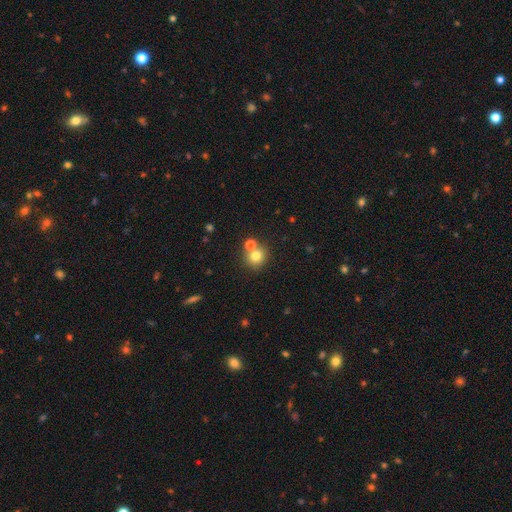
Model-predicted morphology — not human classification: smooth-or-featured: smooth: 76% | star or artifact: 14% | featured or disk: 10%
  how-rounded: round: 87% | in between: 13% | cigar-shaped: 1%
  merging: none: 62% | merger: 28% | minor disturbance: 8% | major disturbance: 3%